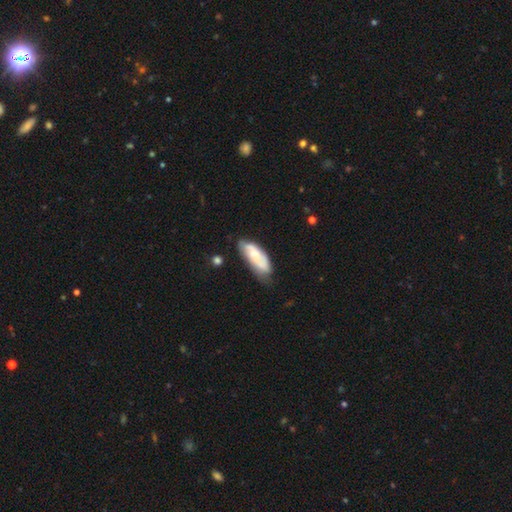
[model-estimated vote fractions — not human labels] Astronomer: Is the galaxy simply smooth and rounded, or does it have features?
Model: smooth — 55% (runner-up: featured or disk, 38%).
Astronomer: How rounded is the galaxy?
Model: in between — 72%.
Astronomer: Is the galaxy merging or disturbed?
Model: none — 57%.